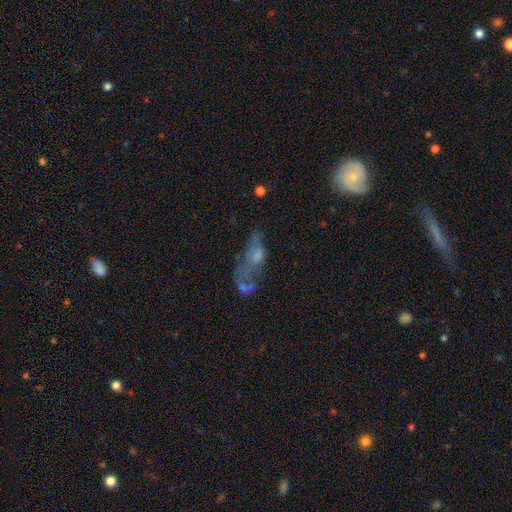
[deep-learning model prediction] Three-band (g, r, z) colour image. It shows a featured or disk galaxy (51%). Merging: none (37%).